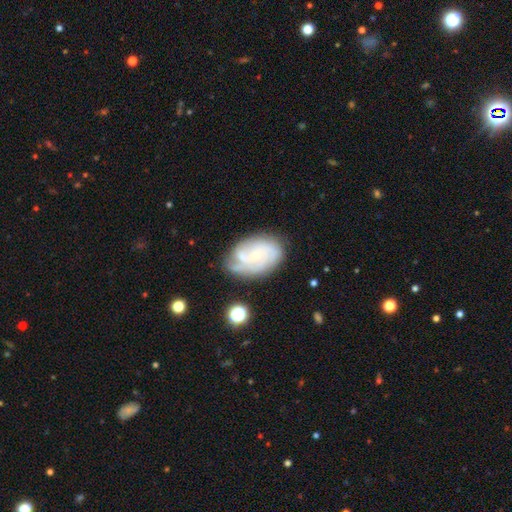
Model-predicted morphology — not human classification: Smooth or featured: featured or disk — 76% (smooth — 17%)
Edge-on disk: no — 97% (yes — 3%)
Bar: no — 73% (weak — 23%)
Spiral arms: yes — 91% (no — 9%)
Spiral winding: tight — 57% (medium — 33%)
Spiral arm count: can't tell — 34% (3 — 25%)
Bulge size: small — 75% (moderate — 20%)
Merging: none — 65% (minor disturbance — 23%)